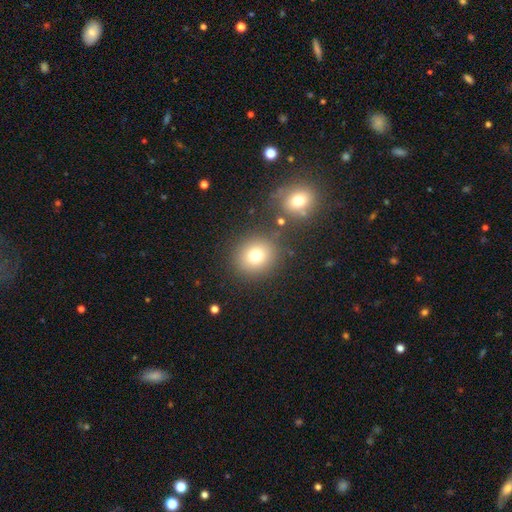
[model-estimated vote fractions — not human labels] smooth-or-featured: smooth: 76% | star or artifact: 14% | featured or disk: 10%
  how-rounded: round: 84% | in between: 15% | cigar-shaped: 1%
  merging: none: 81% | minor disturbance: 8% | merger: 6% | major disturbance: 4%